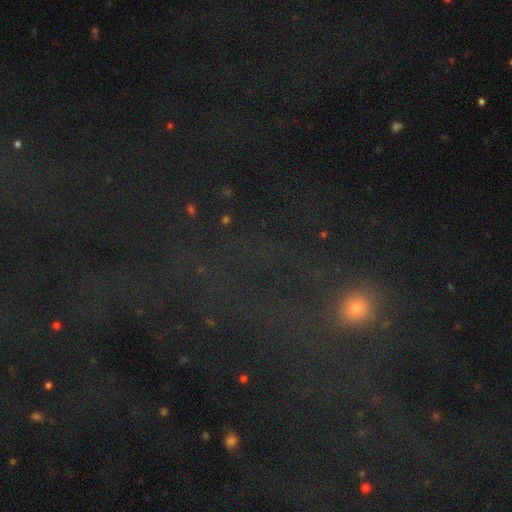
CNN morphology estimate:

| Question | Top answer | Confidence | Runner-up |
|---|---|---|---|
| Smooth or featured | star or artifact | 60% | smooth (29%) |